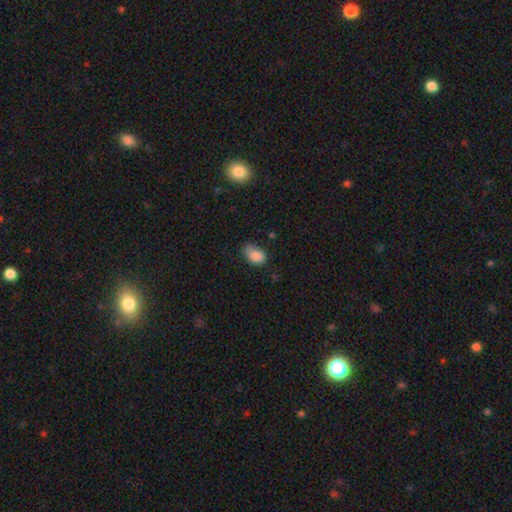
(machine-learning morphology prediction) Smooth or featured?
  - smooth: 86% *
  - star or artifact: 9%
  - featured or disk: 5%
How rounded?
  - in between: 86% *
  - round: 12%
  - cigar-shaped: 1%
Merging?
  - none: 49% *
  - minor disturbance: 38%
  - major disturbance: 10%
  - merger: 3%